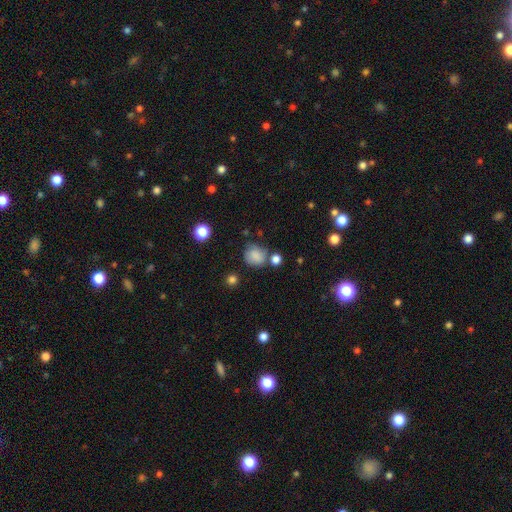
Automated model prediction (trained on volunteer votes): Q: Smooth or featured?
A: smooth (79%); runner-up: star or artifact (11%)
Q: How rounded?
A: round (70%); runner-up: in between (29%)
Q: Merging?
A: none (58%); runner-up: minor disturbance (22%)